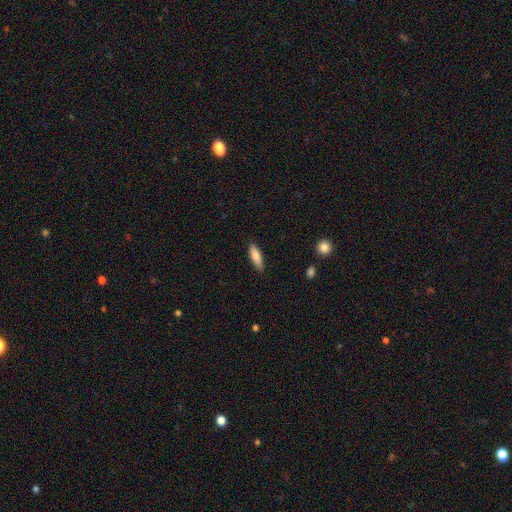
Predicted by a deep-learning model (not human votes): Smooth or featured? Predicted: smooth (p=0.82). How rounded? Predicted: cigar-shaped (p=0.52). Merging? Predicted: none (p=0.85).